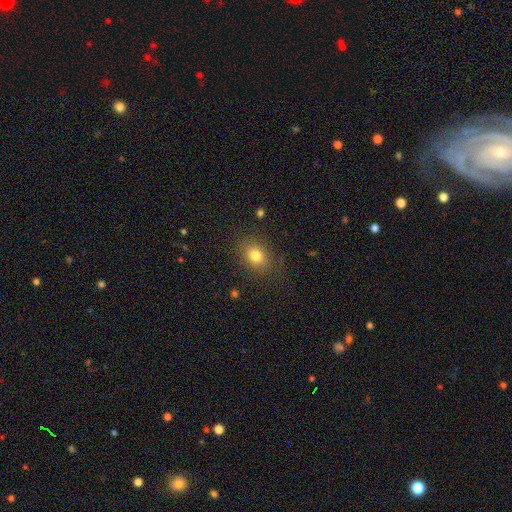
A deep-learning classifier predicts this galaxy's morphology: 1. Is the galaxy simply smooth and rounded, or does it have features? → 80% smooth, 12% star or artifact, 9% featured or disk.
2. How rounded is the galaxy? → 55% in between, 44% round, 1% cigar-shaped.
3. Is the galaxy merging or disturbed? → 82% none, 12% minor disturbance, 5% major disturbance, 1% merger.